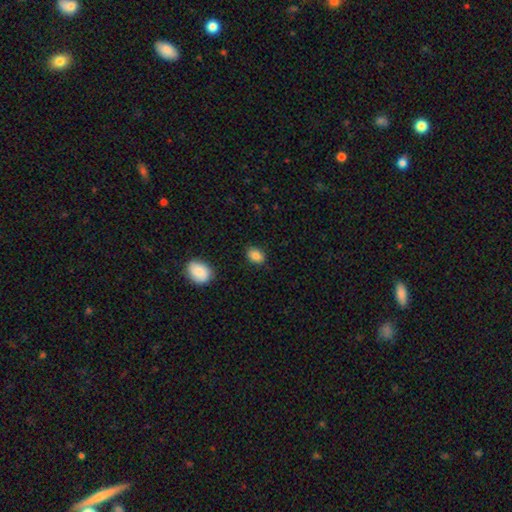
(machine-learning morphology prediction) This is clearly a smooth galaxy (86%). How rounded: likely in between (74%). Merging: clearly none (83%).